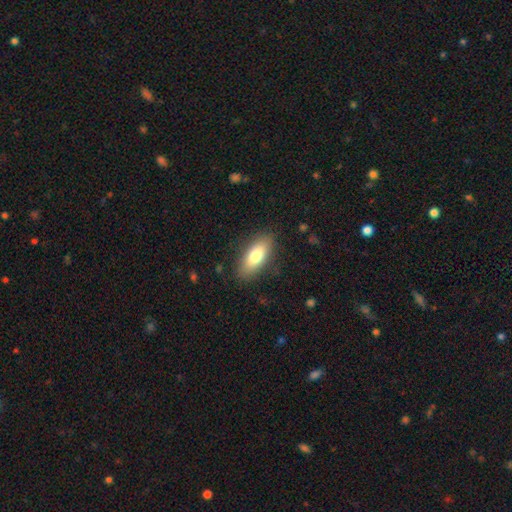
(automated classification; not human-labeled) Morphology: type=smooth (76%); roundness=in between (80%); merging=none (86%).